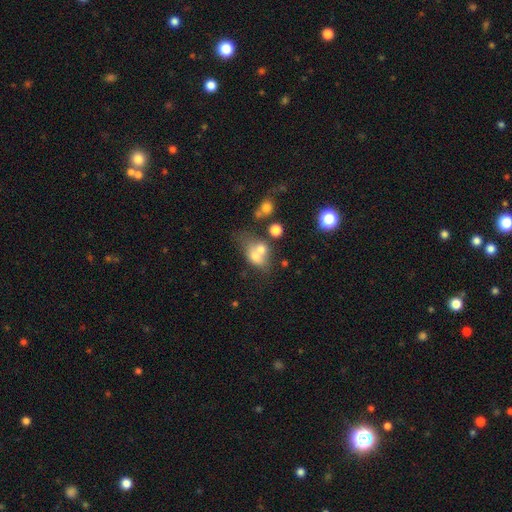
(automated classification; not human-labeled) The model was most divided on "how rounded": in between: 62%, round: 35%, cigar-shaped: 2%. More confident: smooth or featured — smooth (63%); merging — merger (55%).